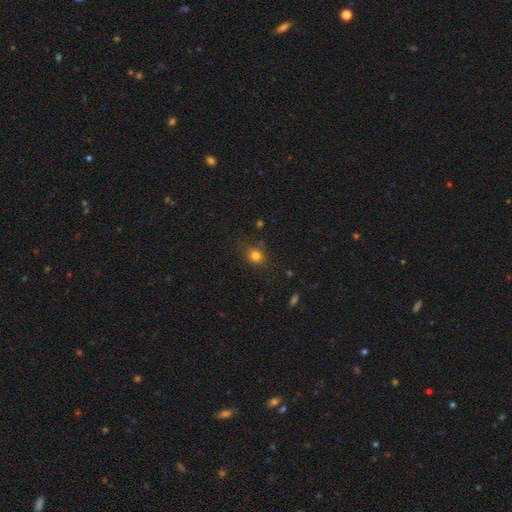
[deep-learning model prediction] smooth 79%, star or artifact 14%, featured or disk 7%. Down the decision tree: how rounded — round (73%); merging — none (78%).